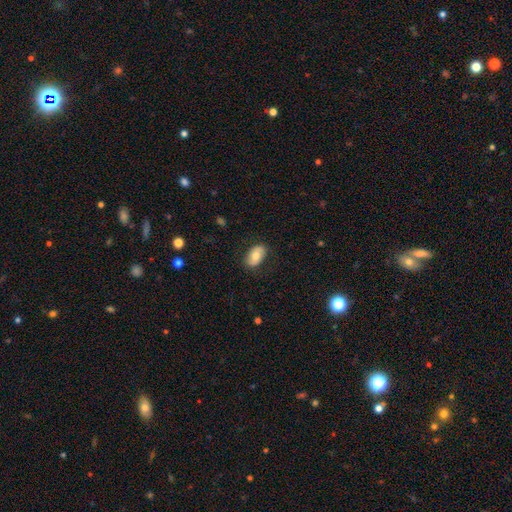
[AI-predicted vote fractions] A smooth galaxy with no disk features (68%) that is in between round and cigar-shaped (91%).

Vote fractions:
- Smooth or featured? smooth: 68% / featured or disk: 25% / star or artifact: 7%
- How rounded? in between: 91% / round: 7% / cigar-shaped: 2%
- Merging? none: 81% / minor disturbance: 14% / major disturbance: 4% / merger: 1%